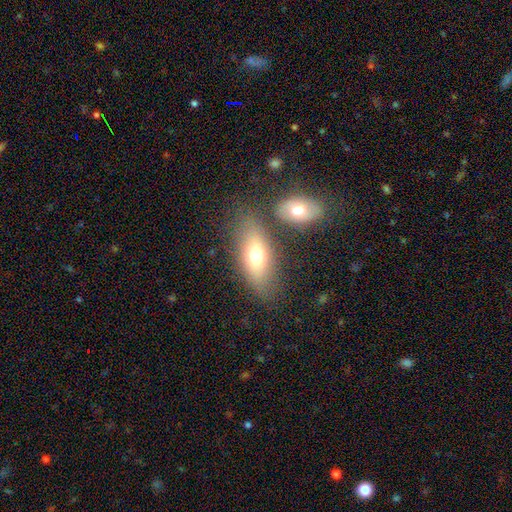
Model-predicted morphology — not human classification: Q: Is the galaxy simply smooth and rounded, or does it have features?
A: smooth — 68%.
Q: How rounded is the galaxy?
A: in between — 82%.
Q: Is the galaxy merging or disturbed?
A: none — 68%.